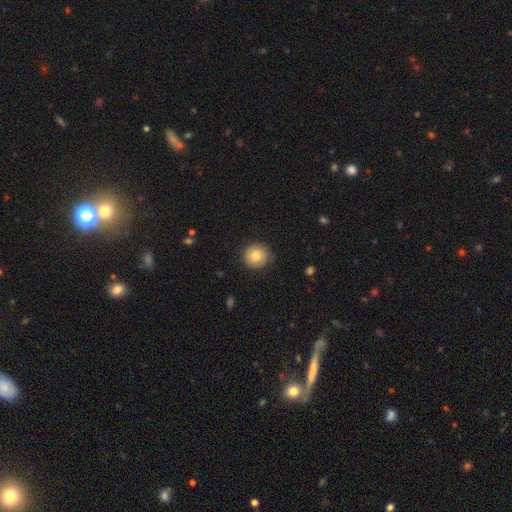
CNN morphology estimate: smooth_or_featured: smooth (p=0.78) [alt: featured or disk p=0.13]
how_rounded: round (p=0.91) [alt: in between p=0.08]
merging: none (p=0.81) [alt: minor disturbance p=0.15]